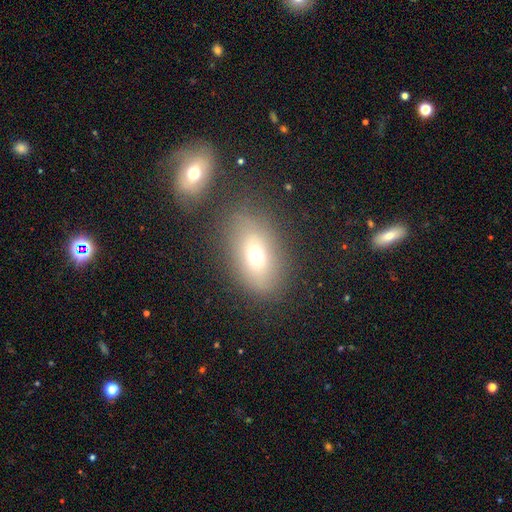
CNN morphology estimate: Smooth or featured: smooth — 67% (featured or disk — 20%)
How rounded: in between — 82% (round — 15%)
Merging: none — 69% (minor disturbance — 15%)